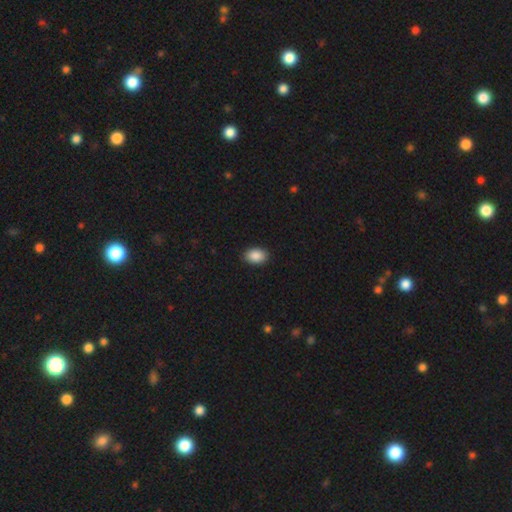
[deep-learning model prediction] Smooth or featured? smooth (90%)
How rounded? in between (85%)
Merging? none (89%)